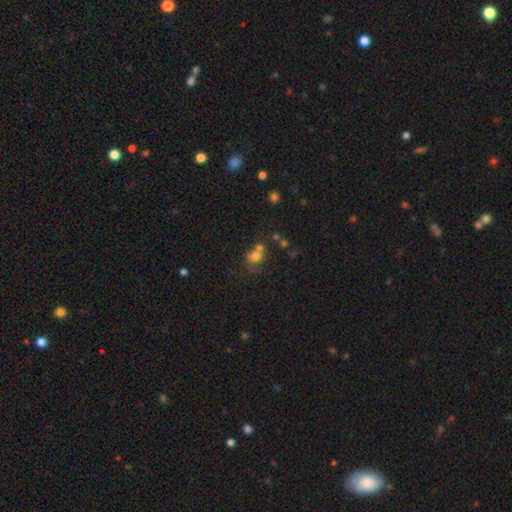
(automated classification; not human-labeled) Smooth or featured: smooth — 68% (featured or disk — 16%)
How rounded: round — 72% (in between — 27%)
Merging: merger — 41% (none — 37%)